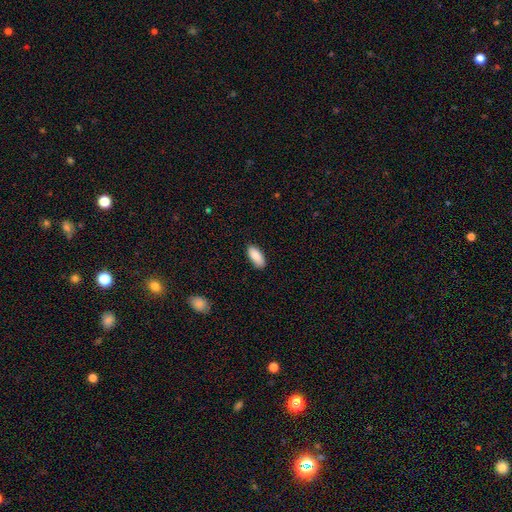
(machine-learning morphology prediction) Q: Smooth or featured?
A: smooth (89%); runner-up: star or artifact (6%)
Q: How rounded?
A: in between (87%); runner-up: cigar-shaped (11%)
Q: Merging?
A: none (87%); runner-up: minor disturbance (10%)